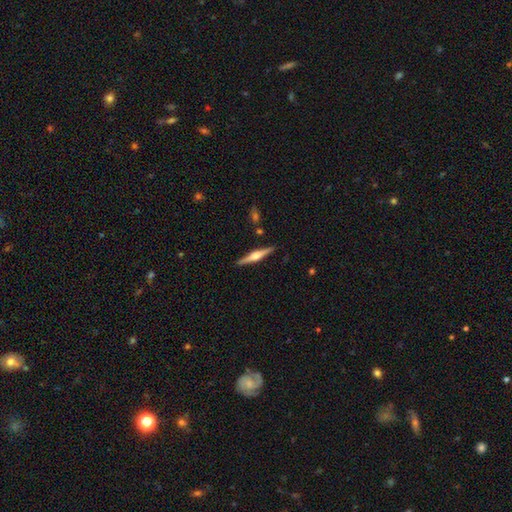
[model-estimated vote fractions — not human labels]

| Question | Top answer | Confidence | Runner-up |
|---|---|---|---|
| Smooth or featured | featured or disk | 74% | smooth (21%) |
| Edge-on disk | yes | 98% | no (2%) |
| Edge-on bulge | rounded | 88% | boxy (9%) |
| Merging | none | 90% | minor disturbance (7%) |